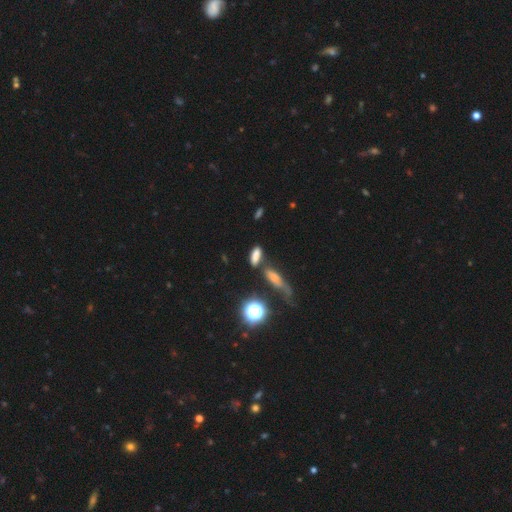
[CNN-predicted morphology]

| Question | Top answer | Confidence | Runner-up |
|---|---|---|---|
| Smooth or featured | smooth | 75% | star or artifact (14%) |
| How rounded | in between | 62% | cigar-shaped (30%) |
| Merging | none | 56% | merger (23%) |